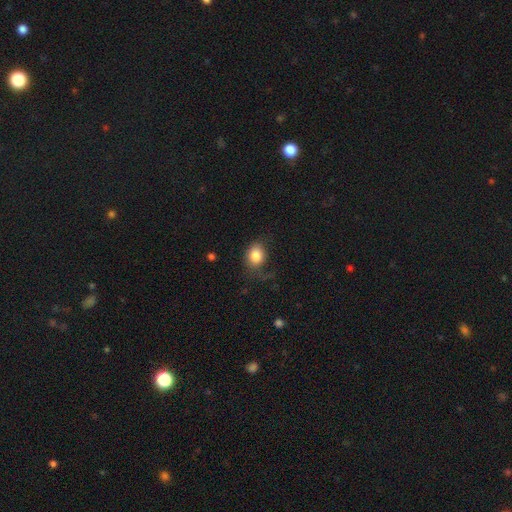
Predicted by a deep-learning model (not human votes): Smooth or featured?
  - smooth: 83% *
  - star or artifact: 9%
  - featured or disk: 8%
How rounded?
  - round: 53% *
  - in between: 46%
  - cigar-shaped: 1%
Merging?
  - none: 56% *
  - minor disturbance: 25%
  - major disturbance: 17%
  - merger: 2%